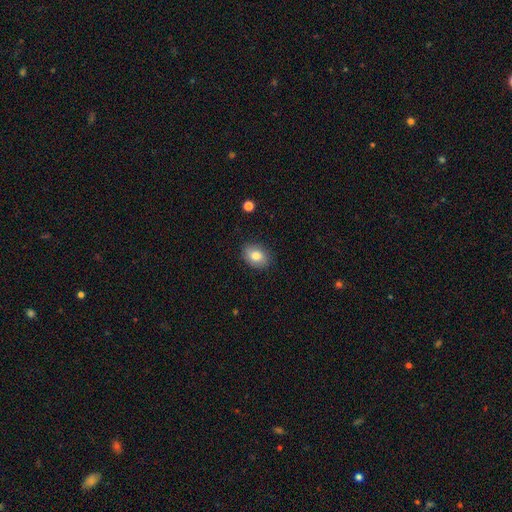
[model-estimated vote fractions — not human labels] This is clearly a smooth galaxy (81%). How rounded: likely in between (75%). Merging: clearly none (84%).